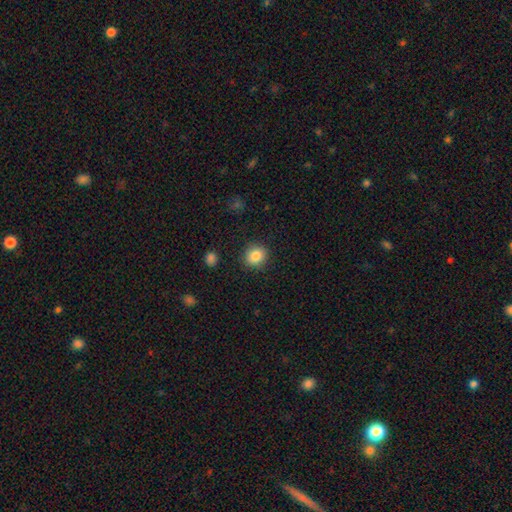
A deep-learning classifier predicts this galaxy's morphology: Smooth or featured: smooth — 85% (star or artifact — 10%)
How rounded: round — 85% (in between — 14%)
Merging: none — 89% (minor disturbance — 7%)